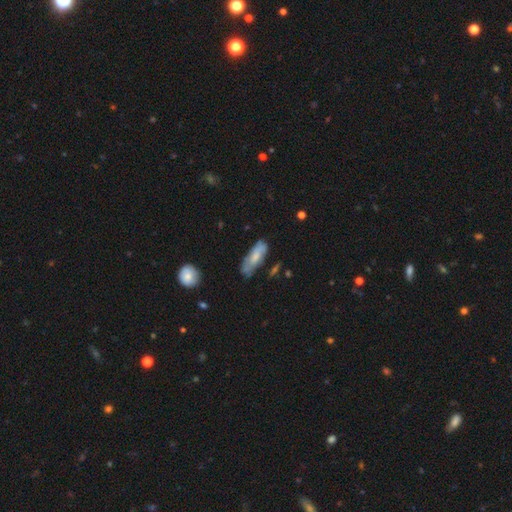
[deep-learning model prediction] Smooth or featured: smooth — 58% (featured or disk — 36%)
How rounded: in between — 67% (cigar-shaped — 31%)
Merging: none — 60% (minor disturbance — 28%)